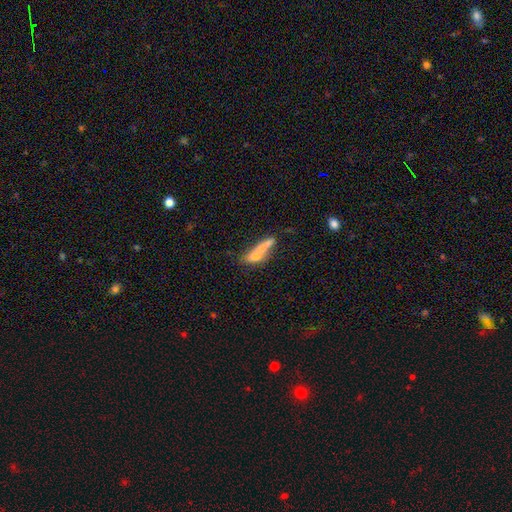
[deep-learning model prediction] The model was most divided on "merging": merger: 46%, none: 31%, minor disturbance: 13%, major disturbance: 10%. More confident: how rounded — cigar-shaped (61%); smooth or featured — smooth (56%).